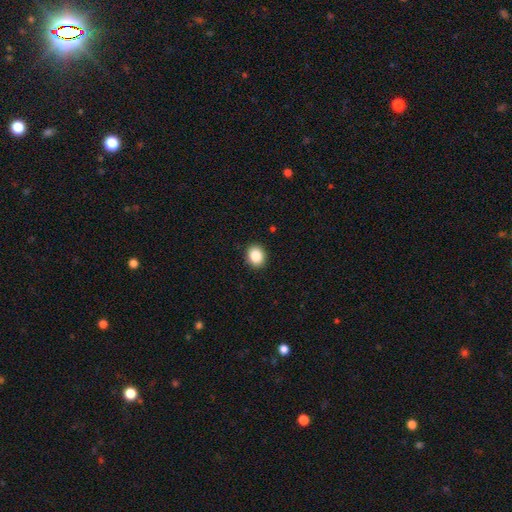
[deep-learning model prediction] Smooth or featured? smooth (85%)
How rounded? round (62%)
Merging? none (91%)